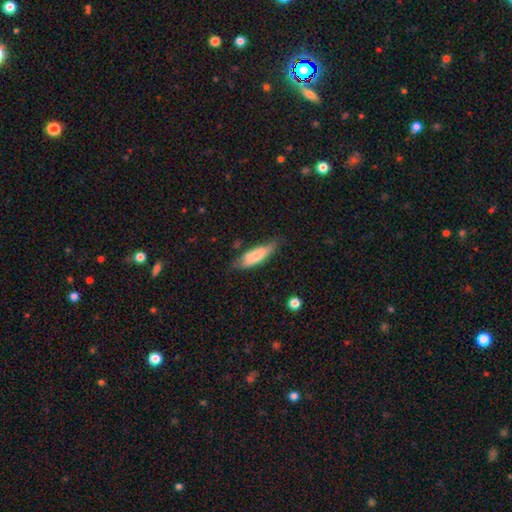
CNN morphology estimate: This is likely a smooth galaxy (70%). How rounded: possibly in between (52%). Merging: likely none (61%).